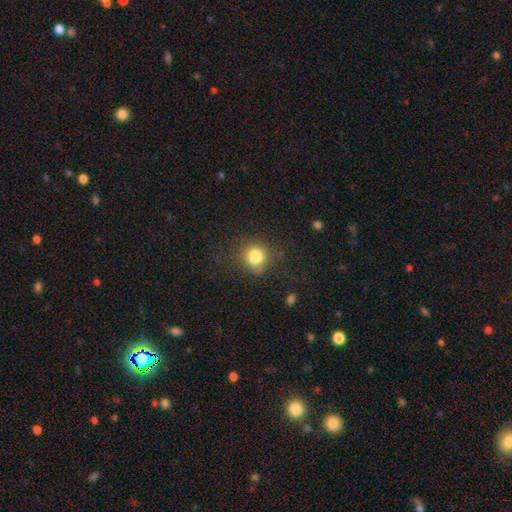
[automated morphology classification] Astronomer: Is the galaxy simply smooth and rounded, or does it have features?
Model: smooth — 81%.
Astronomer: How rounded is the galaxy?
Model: round — 81%.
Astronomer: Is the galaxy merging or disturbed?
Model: none — 71%.